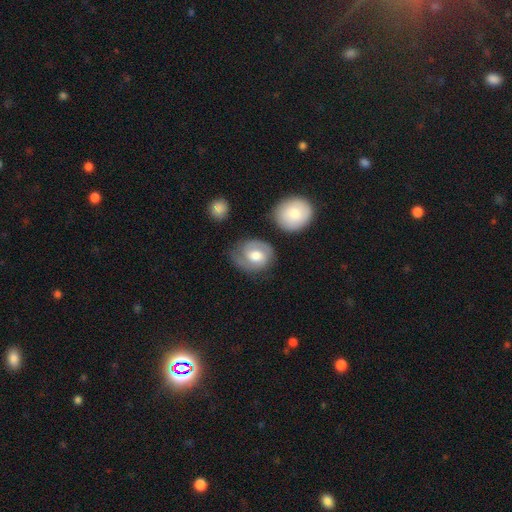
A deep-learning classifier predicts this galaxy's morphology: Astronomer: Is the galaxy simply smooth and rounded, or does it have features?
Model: featured or disk — 56% (runner-up: smooth, 38%).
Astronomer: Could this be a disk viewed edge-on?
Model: no — 97%.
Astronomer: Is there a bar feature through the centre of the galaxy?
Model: no — 55% (runner-up: weak, 37%).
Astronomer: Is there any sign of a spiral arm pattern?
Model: yes — 83%.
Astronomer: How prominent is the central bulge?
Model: moderate — 61%.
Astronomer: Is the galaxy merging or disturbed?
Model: none — 66%.